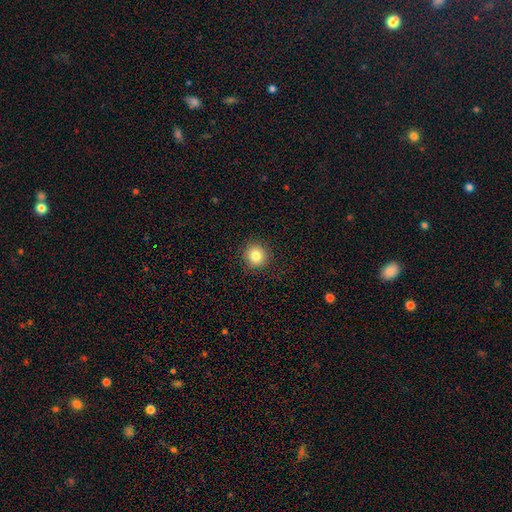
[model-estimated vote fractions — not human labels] Smooth or featured: smooth — 82% (star or artifact — 11%)
How rounded: round — 93% (in between — 6%)
Merging: none — 91% (minor disturbance — 6%)